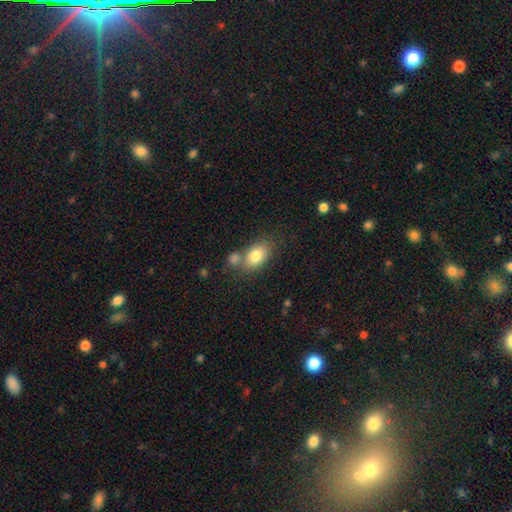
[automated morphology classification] smooth 80%, featured or disk 12%, star or artifact 8%. Down the decision tree: how rounded — in between (84%); merging — none (54%).